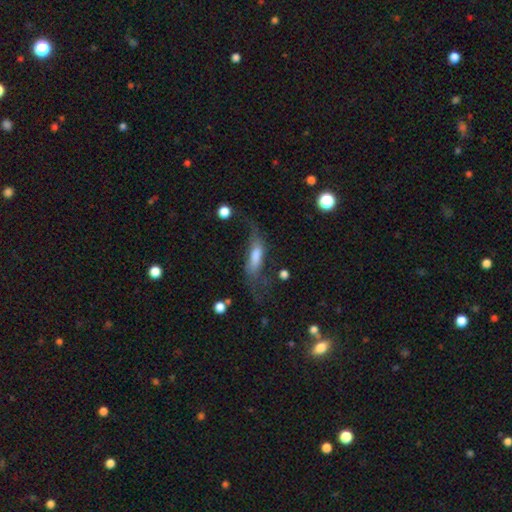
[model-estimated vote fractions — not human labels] Overall: featured or disk (48%; smooth 42%). Merging: none (36%; major disturbance 35%).